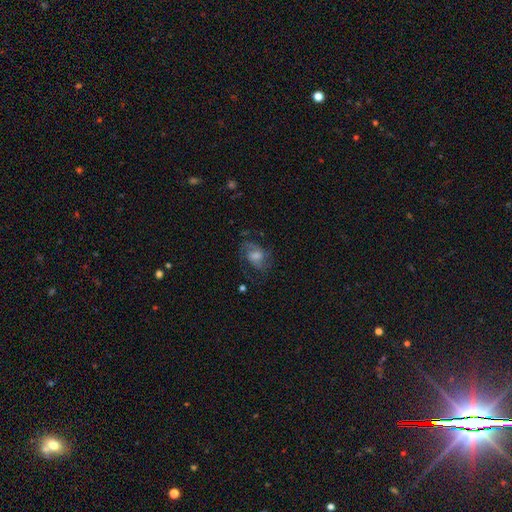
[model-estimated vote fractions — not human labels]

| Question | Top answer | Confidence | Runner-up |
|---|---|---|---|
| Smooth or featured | featured or disk | 59% | smooth (31%) |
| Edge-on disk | no | 97% | yes (3%) |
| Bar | no | 54% | weak (39%) |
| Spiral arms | yes | 84% | no (16%) |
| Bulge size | moderate | 39% | small (24%) |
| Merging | none | 56% | minor disturbance (22%) |